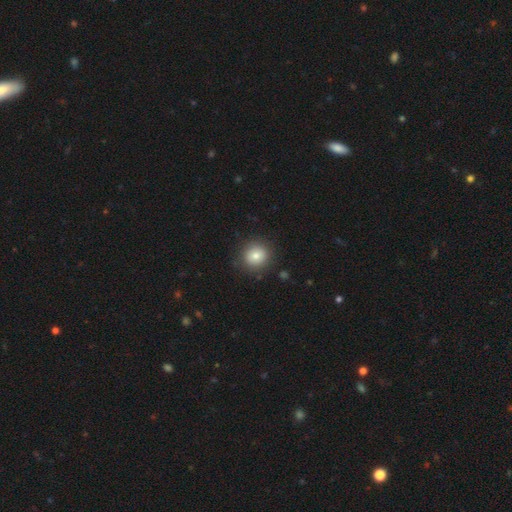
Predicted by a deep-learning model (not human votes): Morphology: type=smooth (79%); roundness=round (90%); merging=none (87%).